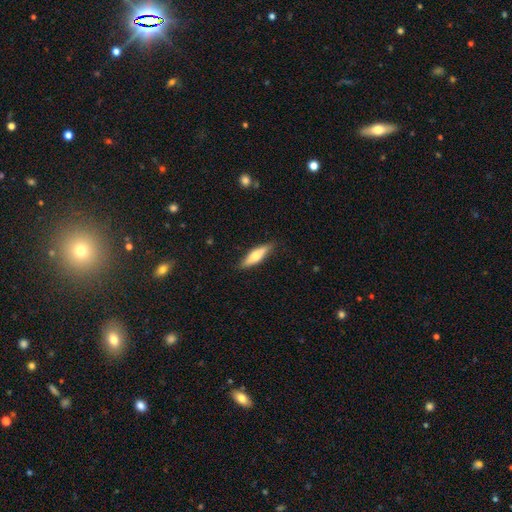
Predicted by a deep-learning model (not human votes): smooth 60%, featured or disk 35%, star or artifact 6%. Down the decision tree: how rounded — cigar-shaped (66%); merging — none (85%).